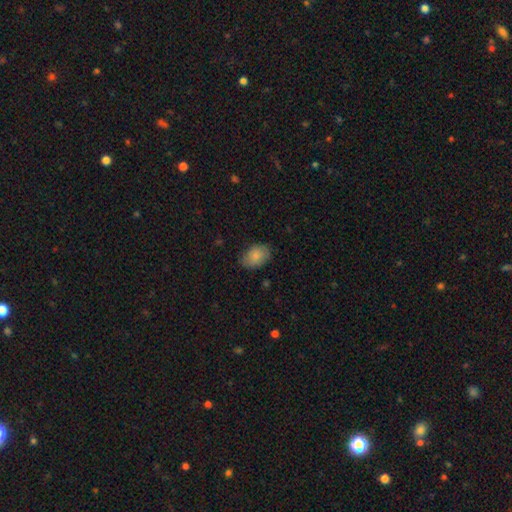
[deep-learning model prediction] smooth-or-featured: smooth: 85% | featured or disk: 8% | star or artifact: 7%
  how-rounded: in between: 84% | round: 15% | cigar-shaped: 1%
  merging: none: 80% | minor disturbance: 16% | major disturbance: 3% | merger: 1%